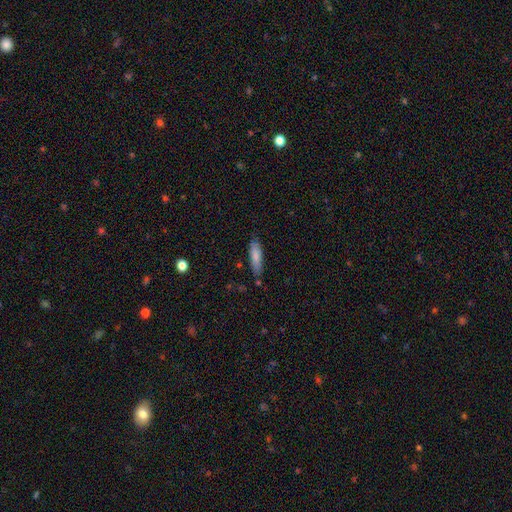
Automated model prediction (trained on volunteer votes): Overall: smooth (82%). How rounded: cigar-shaped (60%; in between 39%). Merging: none (77%).